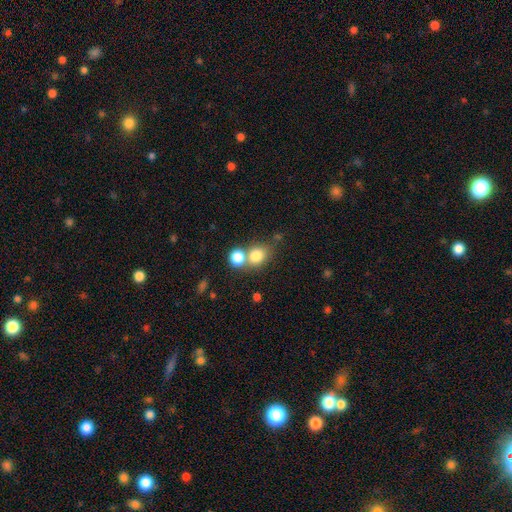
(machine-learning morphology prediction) Q: Smooth or featured?
A: smooth (79%); runner-up: star or artifact (11%)
Q: How rounded?
A: round (63%); runner-up: in between (36%)
Q: Merging?
A: none (45%); runner-up: merger (42%)